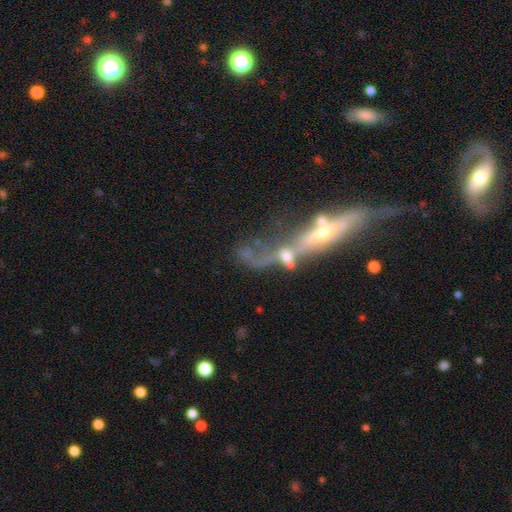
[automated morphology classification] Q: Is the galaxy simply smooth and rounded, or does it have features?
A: featured or disk — 68%.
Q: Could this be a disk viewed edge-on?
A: no — 53%.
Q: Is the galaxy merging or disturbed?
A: merger — 50%.